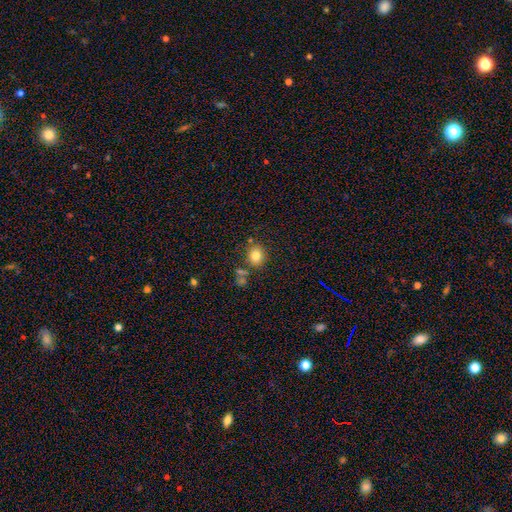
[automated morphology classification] type=smooth (80%); roundness=round (68%); merging=none (75%).